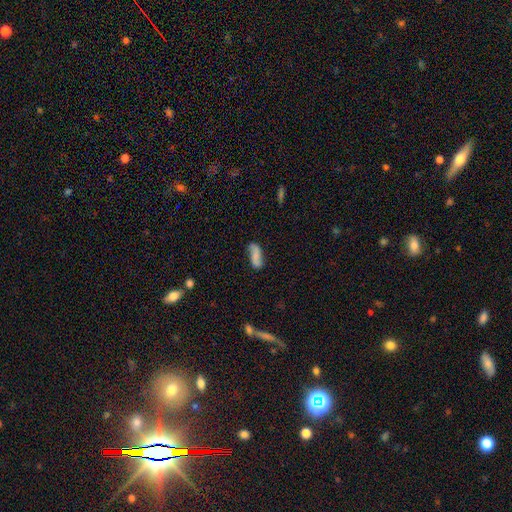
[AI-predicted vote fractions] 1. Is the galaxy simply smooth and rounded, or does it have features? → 60% smooth, 31% featured or disk, 9% star or artifact.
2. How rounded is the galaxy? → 70% in between, 27% cigar-shaped, 3% round.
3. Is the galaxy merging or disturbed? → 67% none, 23% minor disturbance, 7% major disturbance, 3% merger.